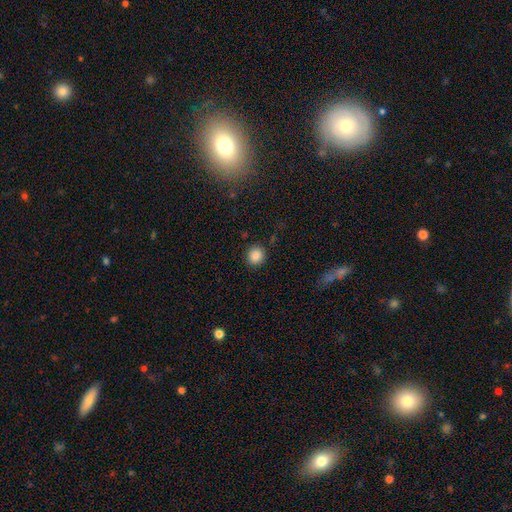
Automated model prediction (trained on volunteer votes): This is clearly a smooth galaxy (87%). How rounded: clearly round (83%). Merging: clearly none (87%).